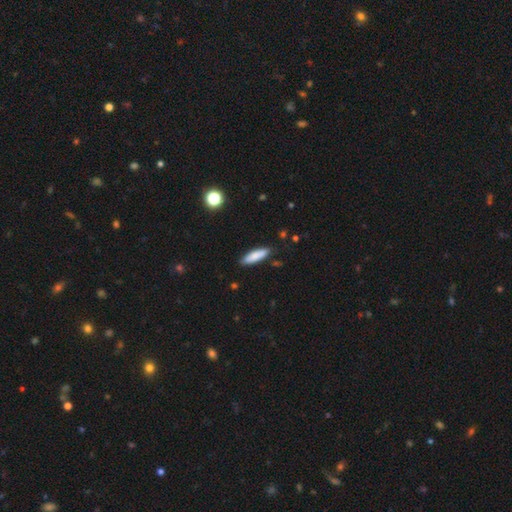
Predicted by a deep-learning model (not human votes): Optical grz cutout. It shows a smooth galaxy with no disk features (83%) that is cigar-shaped (64%). Merging: none (87%).